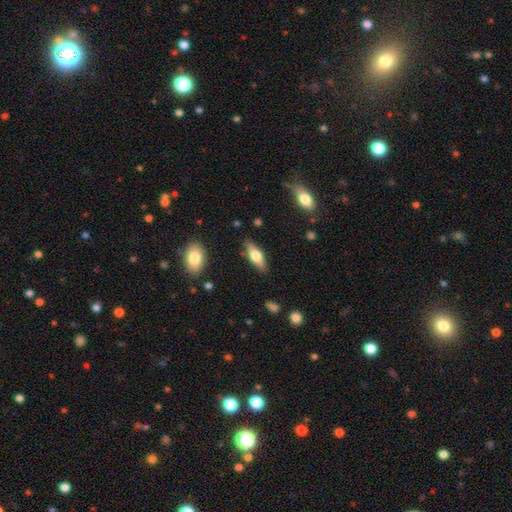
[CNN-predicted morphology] Smooth or featured? Predicted: smooth (p=0.57). How rounded? Predicted: in between (p=0.62). Merging? Predicted: none (p=0.85).